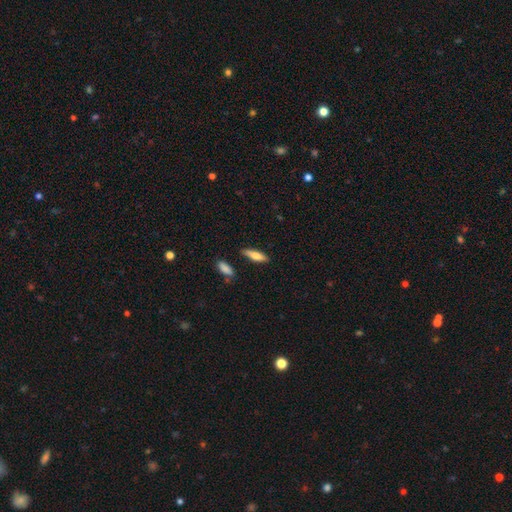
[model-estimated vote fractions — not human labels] Smooth or featured? smooth (69%)
How rounded? cigar-shaped (59%)
Merging? none (81%)